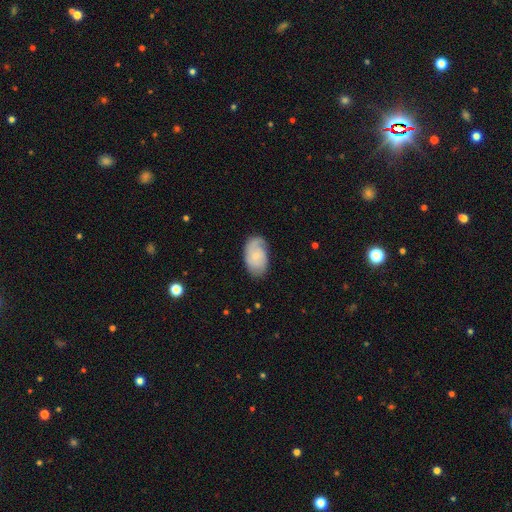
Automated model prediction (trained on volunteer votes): A smooth galaxy with no disk features (50%).

Vote fractions:
- Smooth or featured? smooth: 50% / featured or disk: 44% / star or artifact: 7%
- Merging? none: 67% / minor disturbance: 24% / major disturbance: 8% / merger: 1%